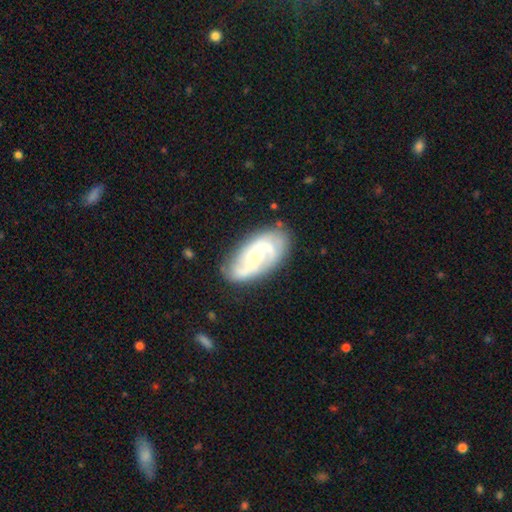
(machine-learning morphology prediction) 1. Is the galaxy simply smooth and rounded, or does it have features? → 74% featured or disk, 20% smooth, 6% star or artifact.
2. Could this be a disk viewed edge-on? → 95% no, 5% yes.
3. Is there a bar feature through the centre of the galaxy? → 60% no, 32% weak, 8% strong.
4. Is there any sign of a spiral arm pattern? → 92% yes, 8% no.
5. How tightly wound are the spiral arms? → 42% medium, 38% tight, 19% loose.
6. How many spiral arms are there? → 48% 2, 23% can't tell, 19% 3, 4% 4, 4% 1, 3% more than 4.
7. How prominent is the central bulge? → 58% small, 31% moderate, 6% none, 4% large, 1% dominant.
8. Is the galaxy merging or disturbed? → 70% none, 20% minor disturbance, 7% major disturbance, 3% merger.